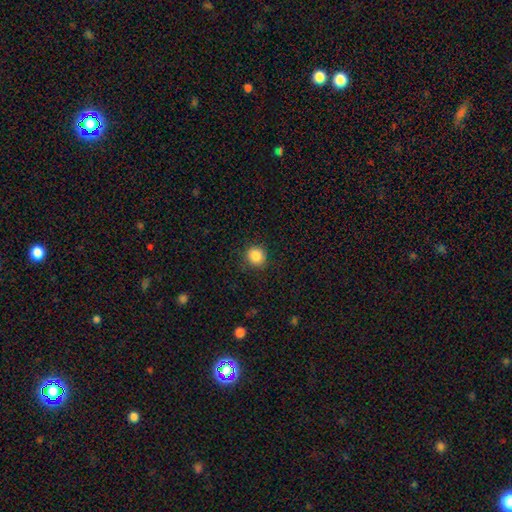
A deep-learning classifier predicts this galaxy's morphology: type=smooth (86%); roundness=round (90%); merging=none (88%).